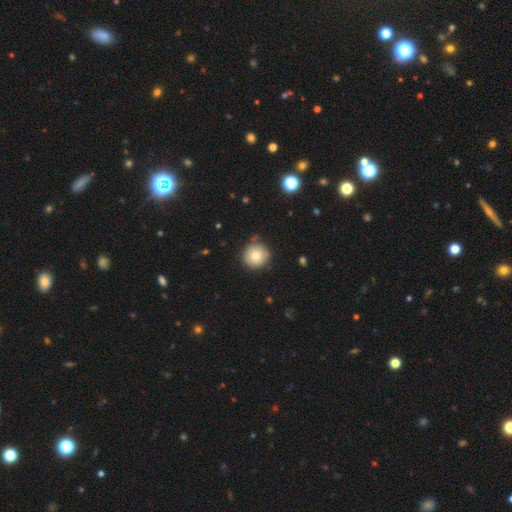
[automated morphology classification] smooth-or-featured: smooth: 80% | featured or disk: 10% | star or artifact: 10%
  how-rounded: round: 95% | in between: 4% | cigar-shaped: 1%
  merging: none: 83% | minor disturbance: 11% | merger: 3% | major disturbance: 2%